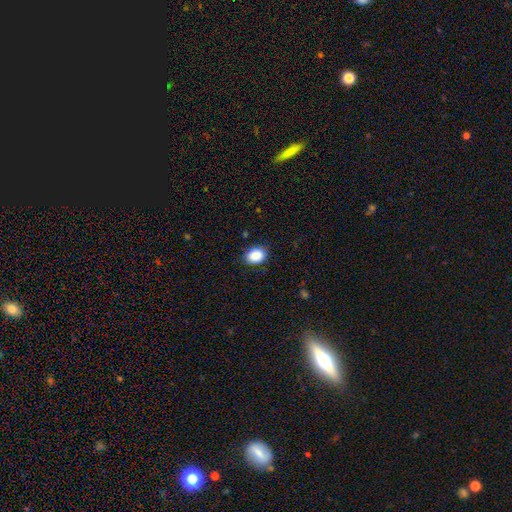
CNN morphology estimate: This is clearly a smooth galaxy (89%). How rounded: likely in between (64%). Merging: clearly none (85%).